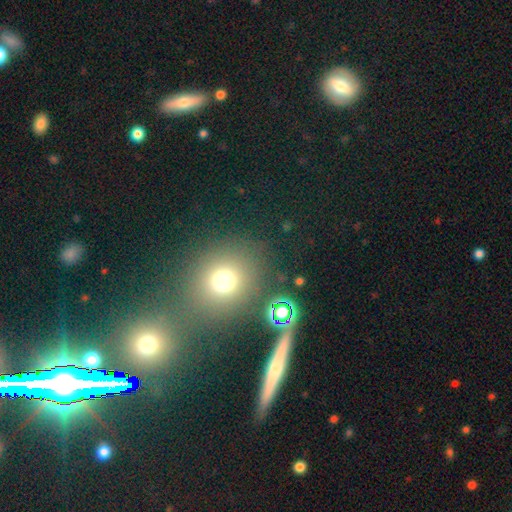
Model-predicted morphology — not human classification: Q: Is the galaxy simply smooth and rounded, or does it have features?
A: smooth — 56%.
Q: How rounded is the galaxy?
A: round — 82%.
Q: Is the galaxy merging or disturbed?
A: none — 76%.